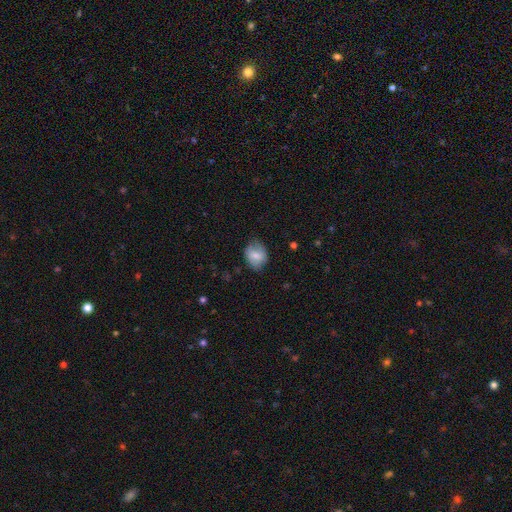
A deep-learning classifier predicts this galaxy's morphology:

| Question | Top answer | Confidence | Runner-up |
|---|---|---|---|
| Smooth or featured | smooth | 70% | featured or disk (23%) |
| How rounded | in between | 59% | round (40%) |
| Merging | none | 68% | minor disturbance (24%) |